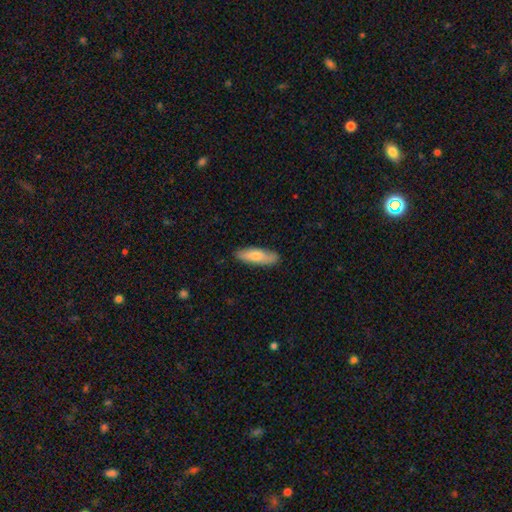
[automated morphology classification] This is likely a smooth galaxy (74%). How rounded: possibly cigar-shaped (51%). Merging: clearly none (85%).